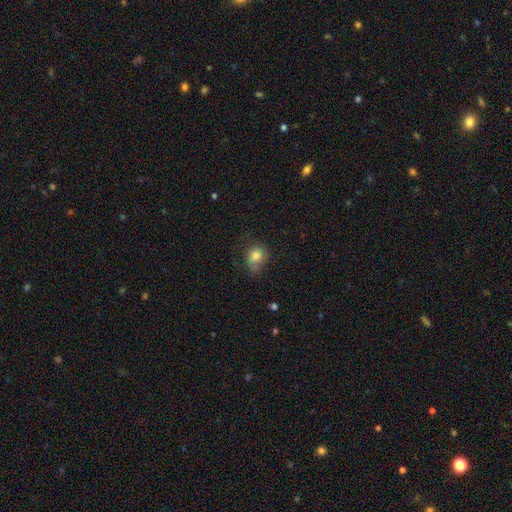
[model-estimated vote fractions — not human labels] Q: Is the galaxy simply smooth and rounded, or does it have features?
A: smooth — 80%.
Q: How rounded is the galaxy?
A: round — 55%.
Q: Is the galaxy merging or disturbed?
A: none — 53%.